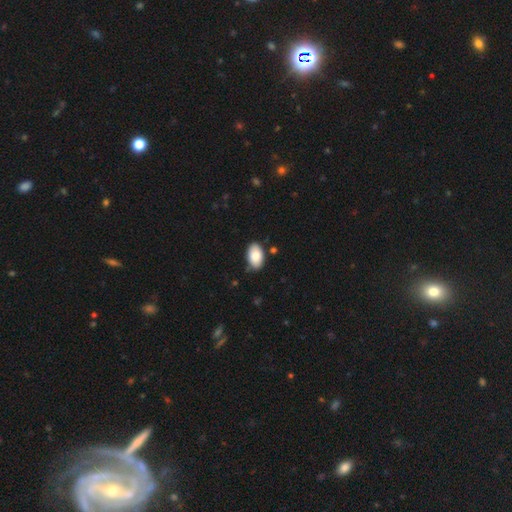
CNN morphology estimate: A smooth galaxy with no disk features (86%) that is in between round and cigar-shaped (94%).

Vote fractions:
- Smooth or featured? smooth: 86% / featured or disk: 8% / star or artifact: 6%
- How rounded? in between: 94% / round: 5% / cigar-shaped: 1%
- Merging? none: 78% / minor disturbance: 17% / major disturbance: 3% / merger: 2%